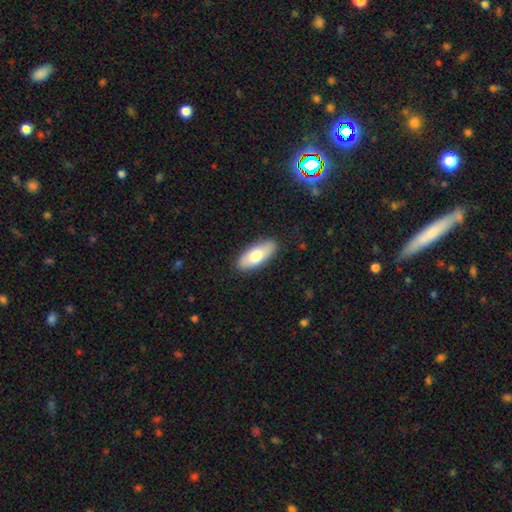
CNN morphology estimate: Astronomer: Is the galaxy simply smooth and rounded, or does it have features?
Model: smooth — 74%.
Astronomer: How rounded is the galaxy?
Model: in between — 83%.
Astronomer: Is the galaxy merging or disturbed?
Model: none — 87%.